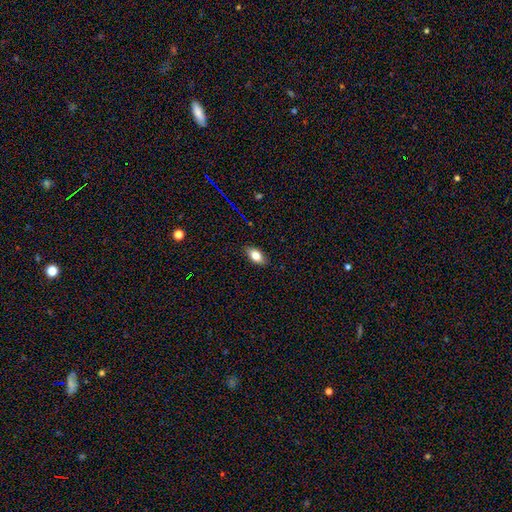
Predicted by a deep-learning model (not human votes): This appears to be a smooth galaxy with no disk features (76%) that is in between round and cigar-shaped (87%). Merging: none (86%).